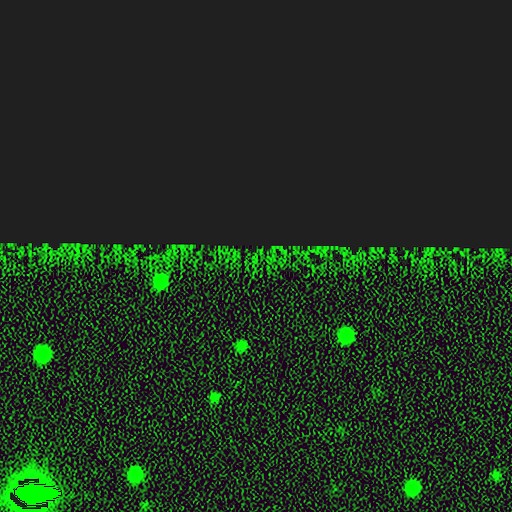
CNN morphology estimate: A star or artifact, not a galaxy (86%).